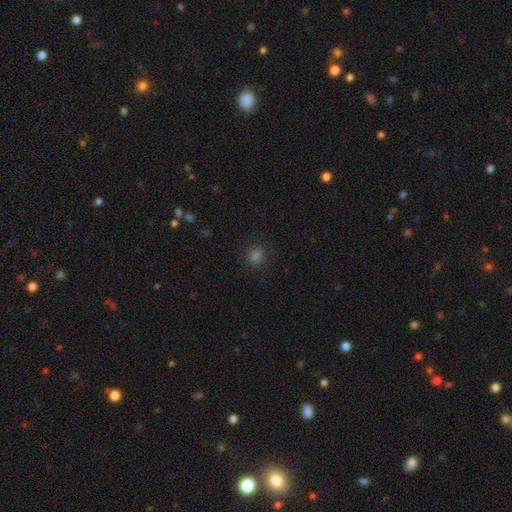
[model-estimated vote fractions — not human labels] This is likely a smooth galaxy (76%). How rounded: clearly round (94%). Merging: clearly none (91%).